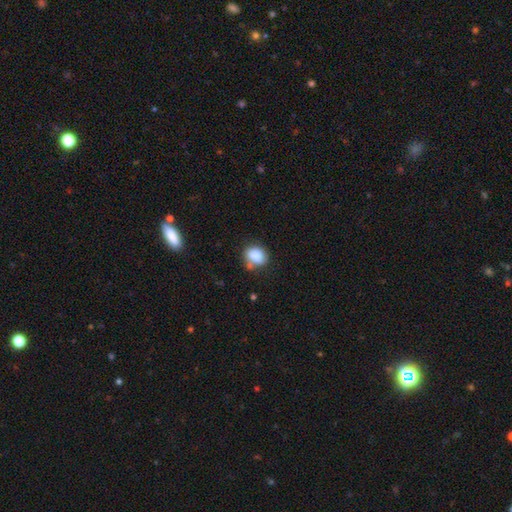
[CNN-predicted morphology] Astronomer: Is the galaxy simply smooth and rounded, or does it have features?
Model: smooth — 84%.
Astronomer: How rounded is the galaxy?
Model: in between — 53% (runner-up: round, 46%).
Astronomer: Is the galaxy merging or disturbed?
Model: none — 59%.